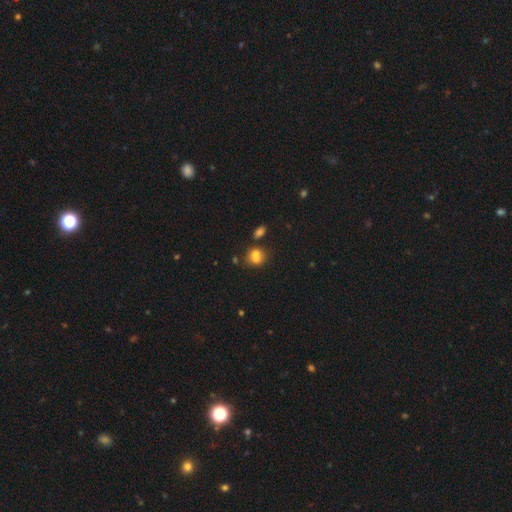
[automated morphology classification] This is likely a smooth galaxy (72%). How rounded: possibly round (57%). Merging: marginally merger (44%).